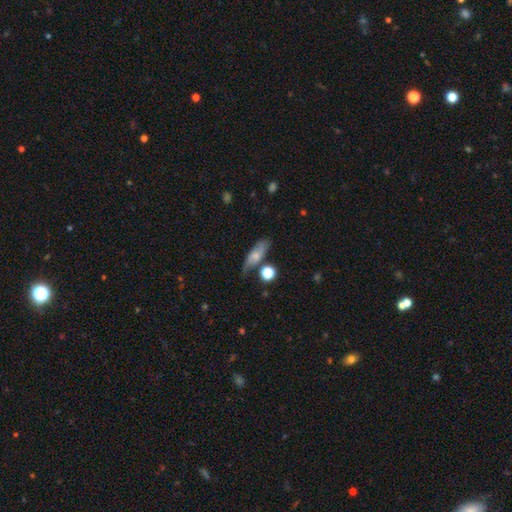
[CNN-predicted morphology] Overall: smooth (58%; featured or disk 33%). How rounded: in between (61%; cigar-shaped 31%). Merging: none (57%; minor disturbance 26%).